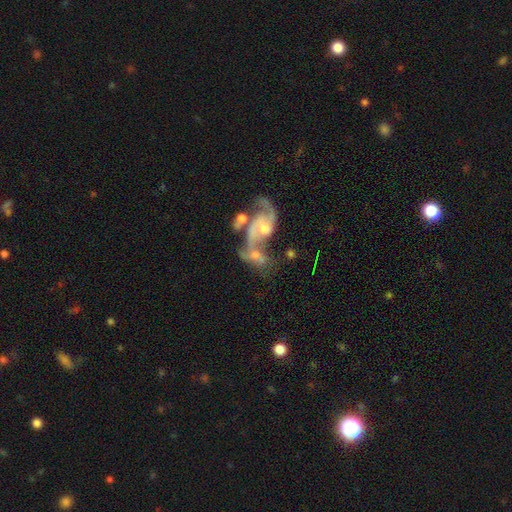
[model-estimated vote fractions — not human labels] Smooth or featured: featured or disk — 67% (smooth — 23%)
Edge-on disk: no — 95% (yes — 5%)
Bar: no — 60% (weak — 33%)
Spiral arms: yes — 82% (no — 18%)
Spiral winding: loose — 56% (medium — 34%)
Spiral arm count: 2 — 73% (can't tell — 11%)
Bulge size: small — 40% (moderate — 38%)
Merging: merger — 62% (none — 16%)